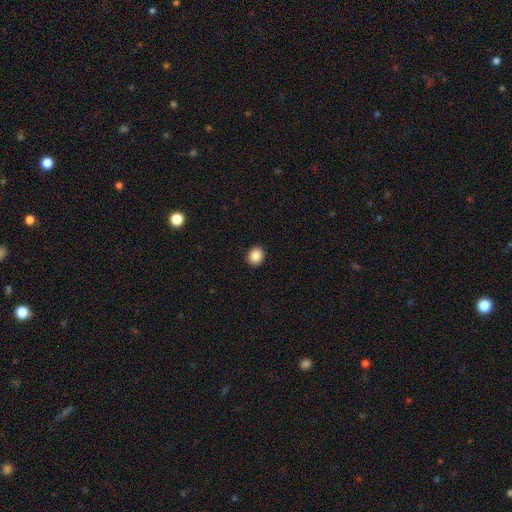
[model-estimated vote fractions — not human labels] smooth_or_featured: smooth (p=0.88) [alt: star or artifact p=0.09]
how_rounded: round (p=0.75) [alt: in between p=0.24]
merging: none (p=0.92) [alt: minor disturbance p=0.06]